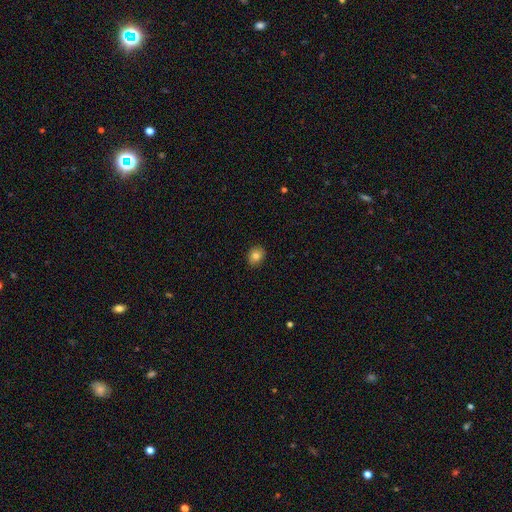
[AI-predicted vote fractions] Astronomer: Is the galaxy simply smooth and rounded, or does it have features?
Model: smooth — 82%.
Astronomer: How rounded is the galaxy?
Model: round — 64%.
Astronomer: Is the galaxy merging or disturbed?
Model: none — 89%.